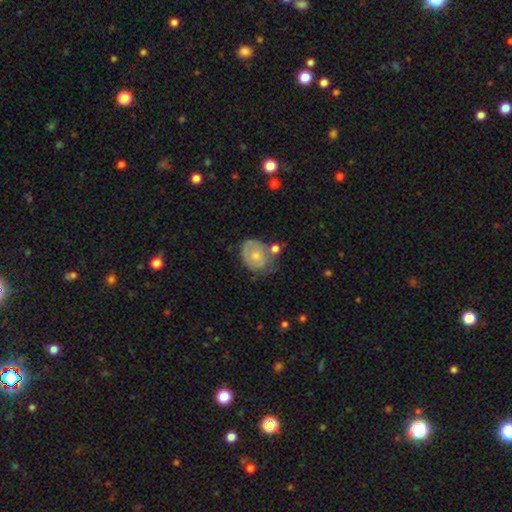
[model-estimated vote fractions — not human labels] Morphology: type=smooth (54%); roundness=in between (56%); merging=none (44%).